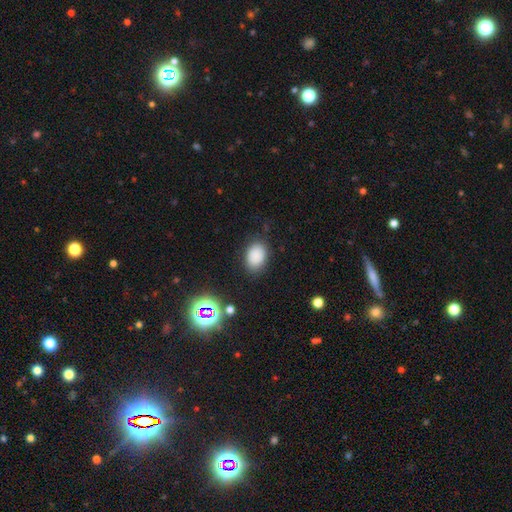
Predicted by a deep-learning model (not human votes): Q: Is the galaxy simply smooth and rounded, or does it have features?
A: smooth — 85%.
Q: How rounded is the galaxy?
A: in between — 78%.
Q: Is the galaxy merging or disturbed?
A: none — 83%.